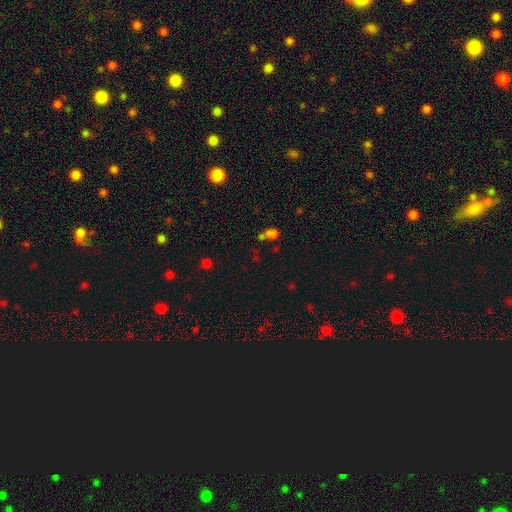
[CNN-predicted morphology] The model was most divided on "merging": none: 43%, merger: 40%, minor disturbance: 10%, major disturbance: 7%. Remaining: smooth or featured — smooth (48%).